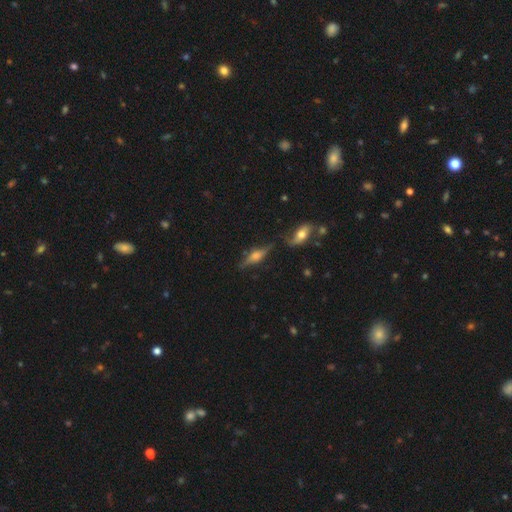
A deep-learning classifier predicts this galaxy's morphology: Overall: featured or disk (68%). Edge-on disk: yes (93%). Edge-on bulge: rounded (87%). Merging: none (74%).